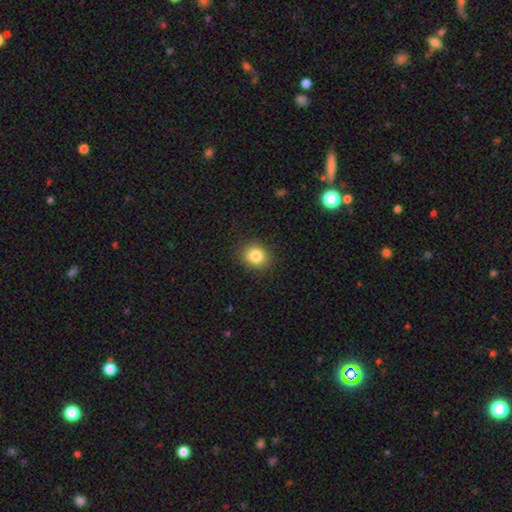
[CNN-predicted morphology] smooth-or-featured: smooth: 83% | star or artifact: 10% | featured or disk: 6%
  how-rounded: round: 76% | in between: 23% | cigar-shaped: 1%
  merging: none: 88% | minor disturbance: 8% | major disturbance: 2% | merger: 1%